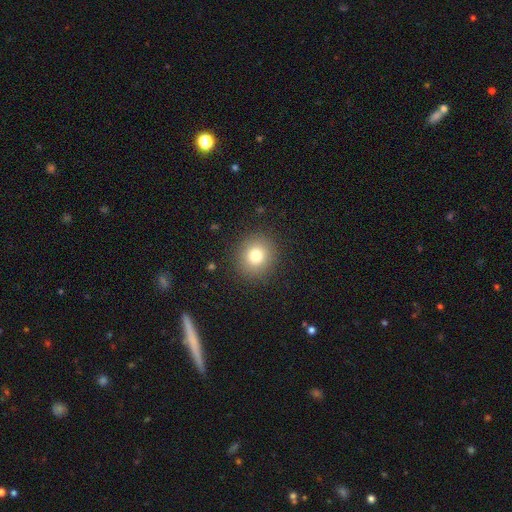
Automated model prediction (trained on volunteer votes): Smooth or featured: smooth — 79% (star or artifact — 12%)
How rounded: round — 87% (in between — 12%)
Merging: none — 90% (minor disturbance — 7%)